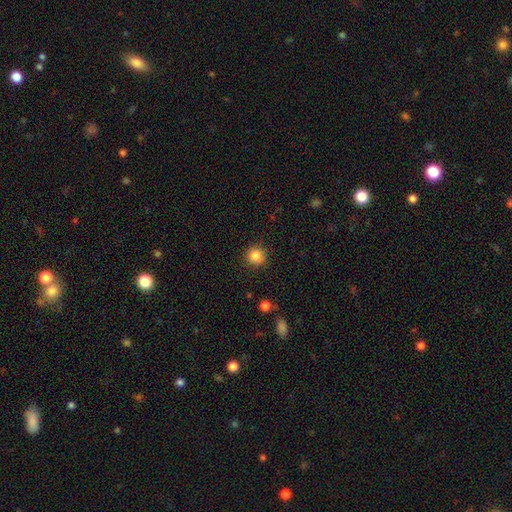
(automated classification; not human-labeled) This is clearly a smooth galaxy (85%). How rounded: clearly round (93%). Merging: clearly none (90%).